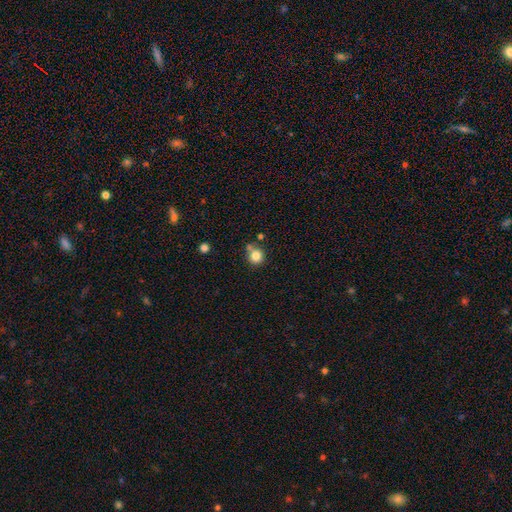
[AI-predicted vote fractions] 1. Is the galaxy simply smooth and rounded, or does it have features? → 82% smooth, 11% star or artifact, 7% featured or disk.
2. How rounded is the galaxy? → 92% round, 7% in between, 1% cigar-shaped.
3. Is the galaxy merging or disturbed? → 66% none, 17% merger, 13% minor disturbance, 4% major disturbance.